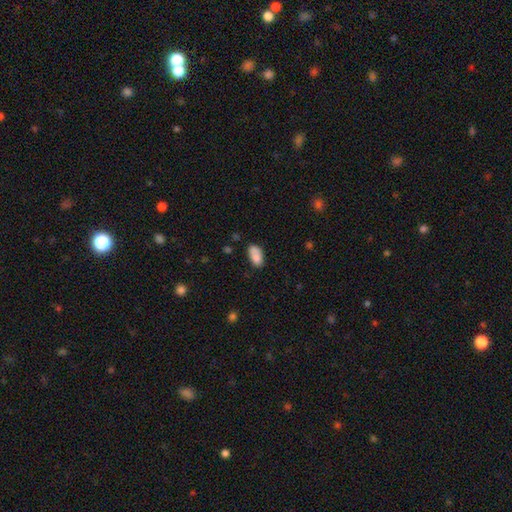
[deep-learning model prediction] Overall: smooth (78%). How rounded: in between (91%). Merging: none (50%; minor disturbance 23%).